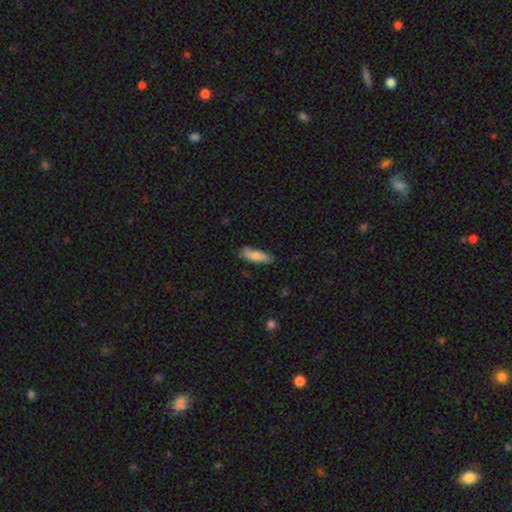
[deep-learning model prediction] Smooth or featured? smooth (82%)
How rounded? cigar-shaped (50%)
Merging? none (74%)